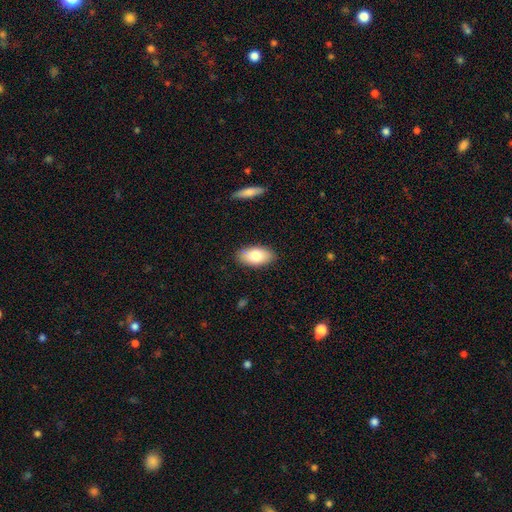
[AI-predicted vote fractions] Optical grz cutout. It shows a smooth galaxy with no disk features (78%) that is in between round and cigar-shaped (93%). Merging: none (87%).